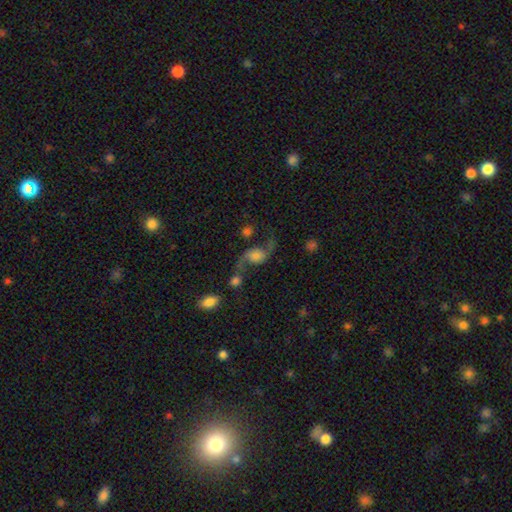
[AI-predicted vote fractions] Smooth or featured?
  - featured or disk: 78% *
  - smooth: 14%
  - star or artifact: 9%
Edge-on disk?
  - no: 97% *
  - yes: 3%
Bar?
  - no: 65% *
  - weak: 28%
  - strong: 7%
Spiral arms?
  - yes: 95% *
  - no: 5%
Spiral winding?
  - loose: 88% *
  - medium: 10%
  - tight: 2%
Spiral arm count?
  - 2: 92% *
  - 1: 3%
  - can't tell: 2%
  - 3: 1%
  - 4: 1%
  - more than 4: 1%
Bulge size?
  - moderate: 30% *
  - small: 26%
  - large: 22%
  - none: 17%
  - dominant: 6%
Merging?
  - none: 51% *
  - minor disturbance: 17%
  - merger: 17%
  - major disturbance: 15%